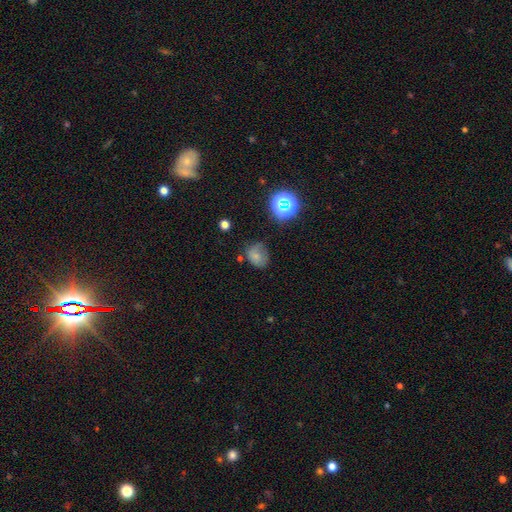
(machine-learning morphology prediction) Overall: smooth (67%). How rounded: in between (54%; round 45%). Merging: none (46%; minor disturbance 34%).